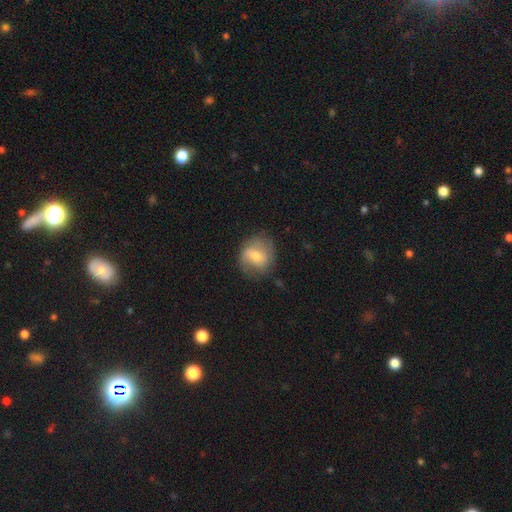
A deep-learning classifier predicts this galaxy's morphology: smooth-or-featured: featured or disk: 47% | smooth: 45% | star or artifact: 8%
  merging: none: 69% | minor disturbance: 21% | major disturbance: 9% | merger: 2%